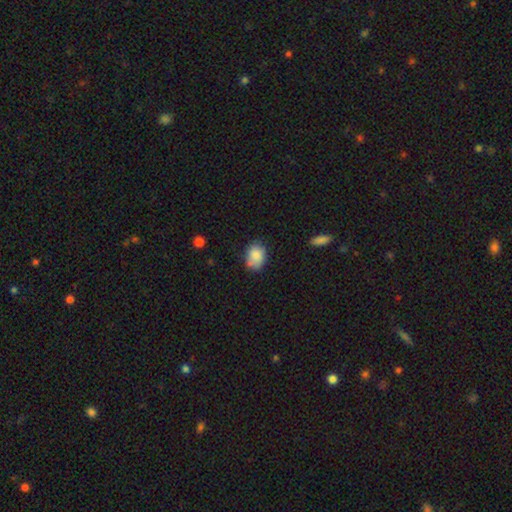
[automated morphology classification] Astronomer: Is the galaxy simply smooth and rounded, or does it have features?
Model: smooth — 82%.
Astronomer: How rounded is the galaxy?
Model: in between — 66%.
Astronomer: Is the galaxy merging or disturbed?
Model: none — 58%.